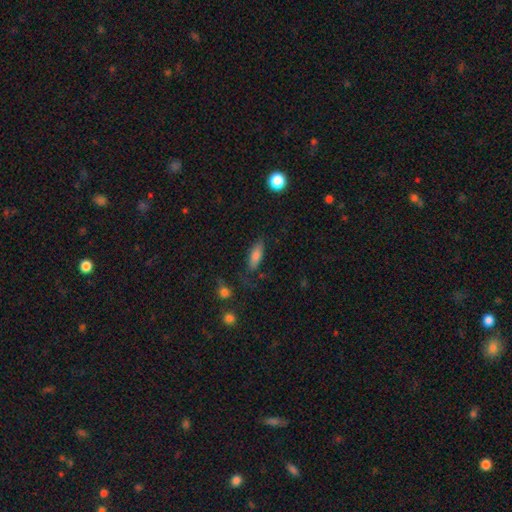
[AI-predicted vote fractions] Smooth or featured: smooth — 74% (featured or disk — 17%)
How rounded: in between — 63% (cigar-shaped — 33%)
Merging: none — 72% (minor disturbance — 19%)